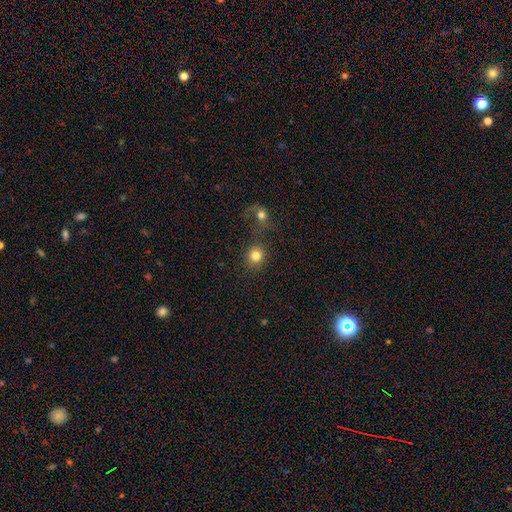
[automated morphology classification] smooth-or-featured: smooth: 82% | star or artifact: 11% | featured or disk: 7%
  how-rounded: round: 86% | in between: 13% | cigar-shaped: 1%
  merging: none: 71% | merger: 16% | minor disturbance: 8% | major disturbance: 5%